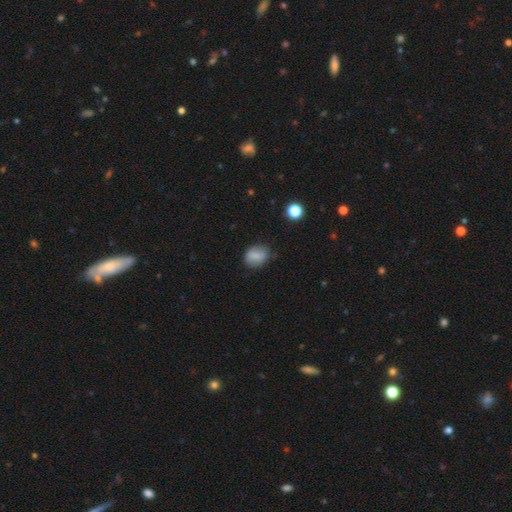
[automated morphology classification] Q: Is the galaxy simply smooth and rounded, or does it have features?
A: smooth — 78%.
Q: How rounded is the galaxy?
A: in between — 64%.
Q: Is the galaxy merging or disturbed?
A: none — 76%.